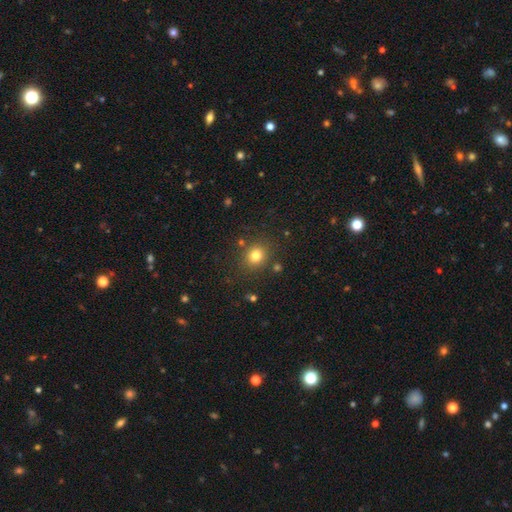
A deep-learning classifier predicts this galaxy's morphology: Q: Smooth or featured?
A: smooth (79%); runner-up: star or artifact (14%)
Q: How rounded?
A: round (79%); runner-up: in between (21%)
Q: Merging?
A: none (83%); runner-up: minor disturbance (9%)